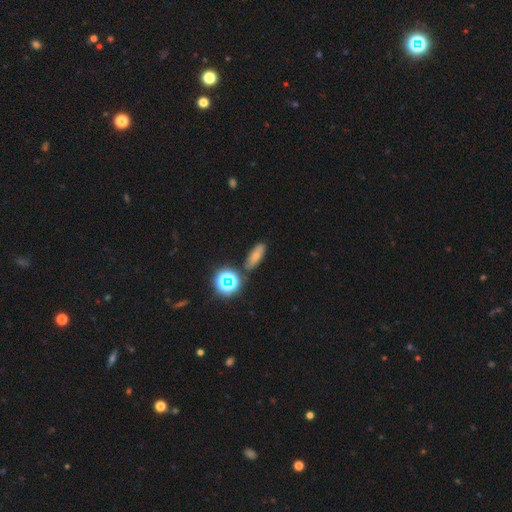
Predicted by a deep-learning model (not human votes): smooth_or_featured: smooth (p=0.66) [alt: star or artifact p=0.20]
how_rounded: in between (p=0.61) [alt: cigar-shaped p=0.28]
merging: none (p=0.81) [alt: minor disturbance p=0.11]